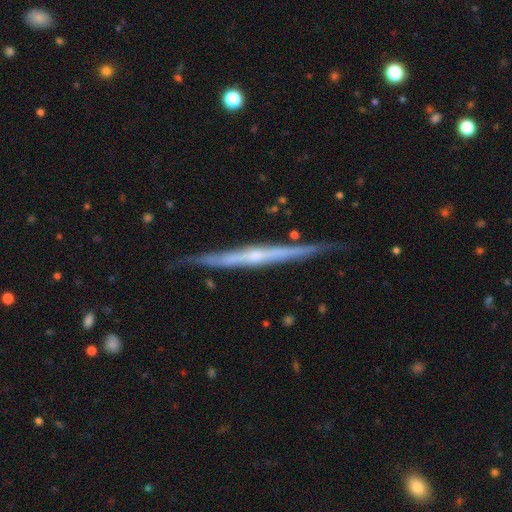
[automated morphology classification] type=featured or disk (77%); edge-on=yes (97%); edge-on bulge=none (51%); merging=none (84%).